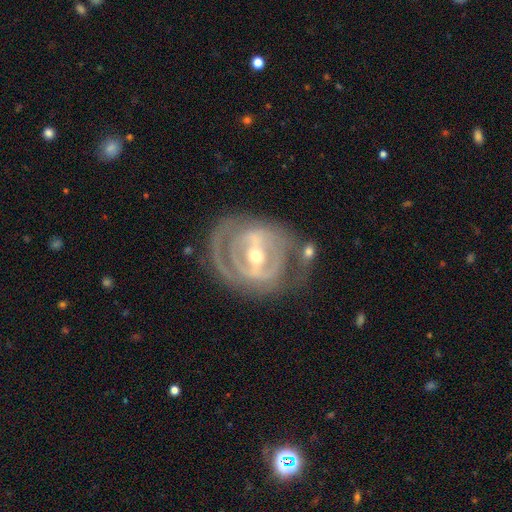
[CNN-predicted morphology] type=featured or disk (85%); edge-on=no (94%); bar=strong (60%); spiral arms=yes (73%); winding=tight (64%); arm count=2 (45%); bulge=moderate (55%); merging=none (63%).